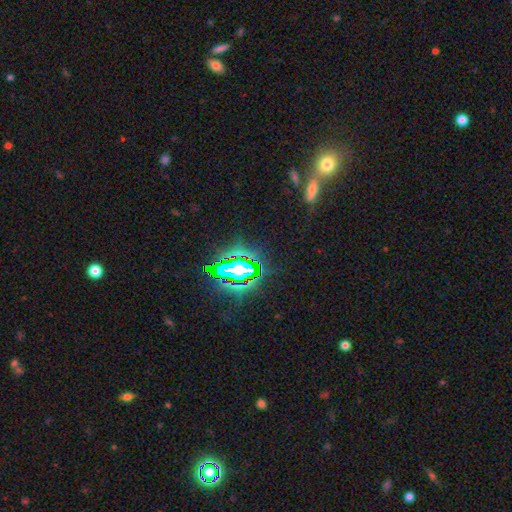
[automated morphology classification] Overall: star or artifact (71%).